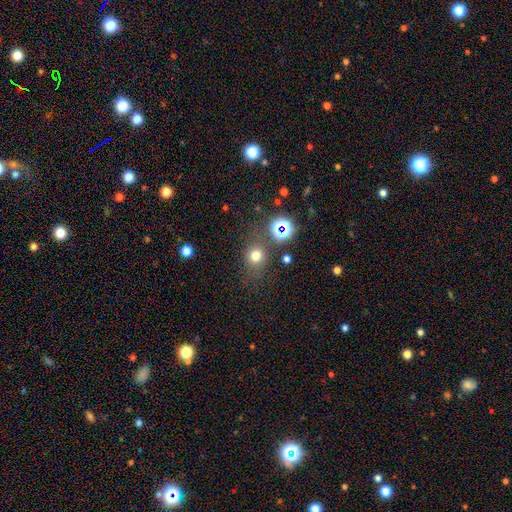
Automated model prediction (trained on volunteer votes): The model was most divided on "smooth or featured": smooth: 70%, star or artifact: 22%, featured or disk: 8%. More confident: how rounded — round (78%); merging — none (74%).